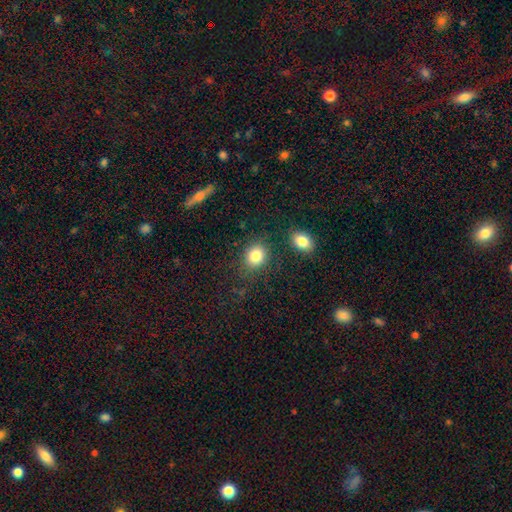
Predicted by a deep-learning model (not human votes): This appears to be a smooth galaxy with no disk features (84%) that is round (63%). Merging: none (77%).